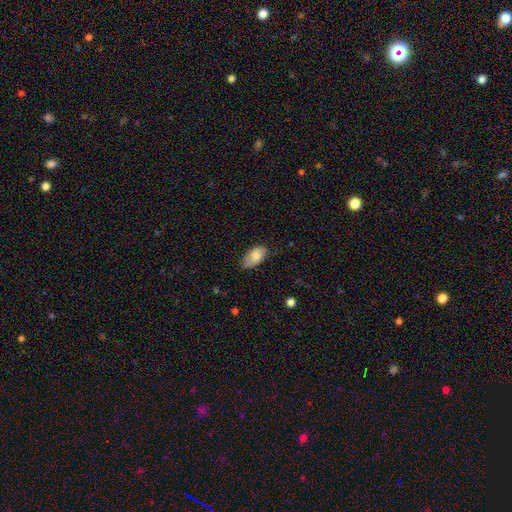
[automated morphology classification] smooth-or-featured: smooth: 80% | featured or disk: 14% | star or artifact: 7%
  how-rounded: in between: 94% | round: 4% | cigar-shaped: 3%
  merging: none: 67% | minor disturbance: 27% | major disturbance: 5% | merger: 1%